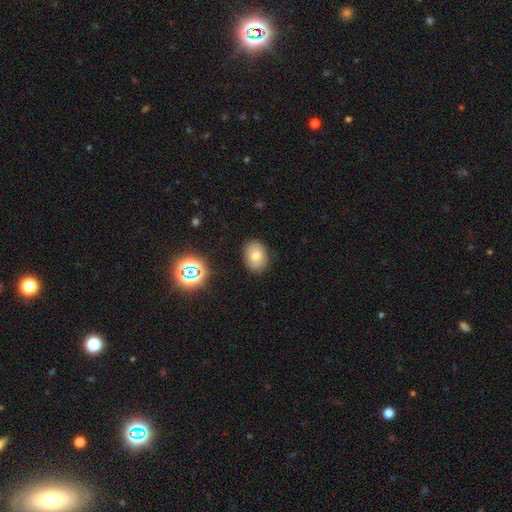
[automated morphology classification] Smooth or featured? smooth (70%)
How rounded? in between (64%)
Merging? none (85%)